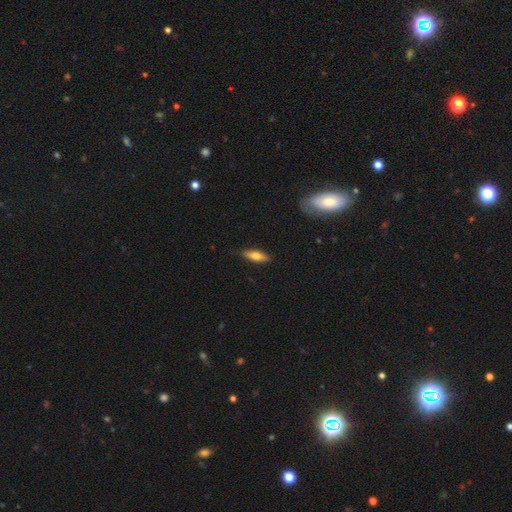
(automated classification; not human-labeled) This appears to be a smooth galaxy with no disk features (68%) that is cigar-shaped (49%). Merging: none (83%).